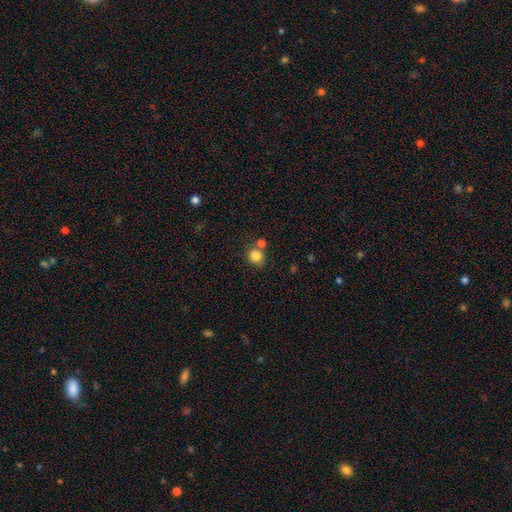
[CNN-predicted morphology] A smooth galaxy with no disk features (83%) that is round (76%).

Vote fractions:
- Smooth or featured? smooth: 83% / star or artifact: 11% / featured or disk: 6%
- How rounded? round: 76% / in between: 23% / cigar-shaped: 1%
- Merging? none: 62% / merger: 23% / minor disturbance: 12% / major disturbance: 4%